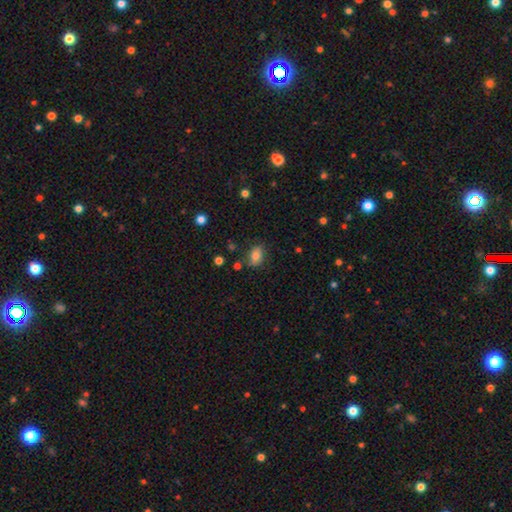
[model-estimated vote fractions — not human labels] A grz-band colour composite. It shows a smooth galaxy with no disk features (78%) that is in between round and cigar-shaped (79%). Merging: none (77%).